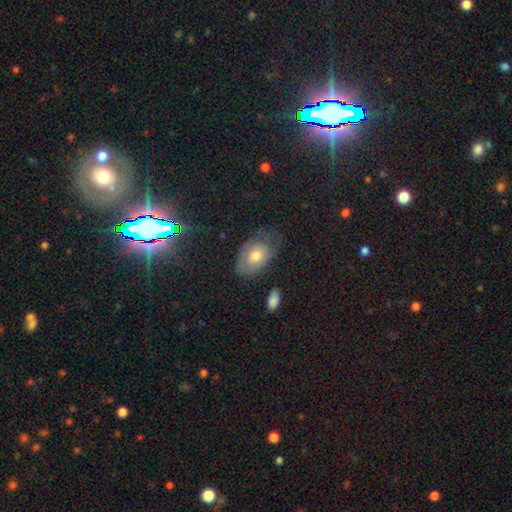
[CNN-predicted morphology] This appears to be a smooth galaxy with no disk features (56%) that is in between round and cigar-shaped (86%). Merging: none (56%).